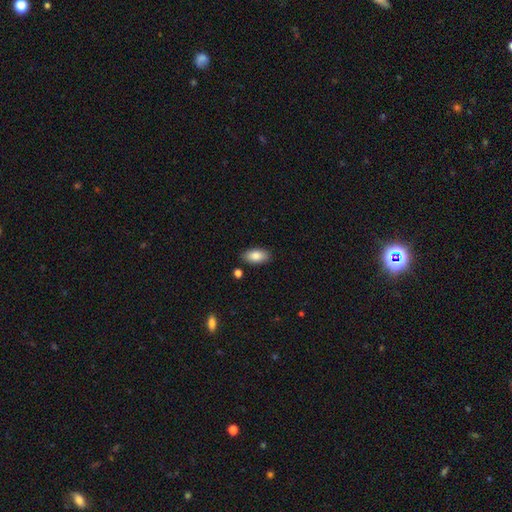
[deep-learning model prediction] The model was most divided on "merging": none: 86%, minor disturbance: 10%, merger: 2%, major disturbance: 2%. More confident: how rounded — in between (93%); smooth or featured — smooth (85%).